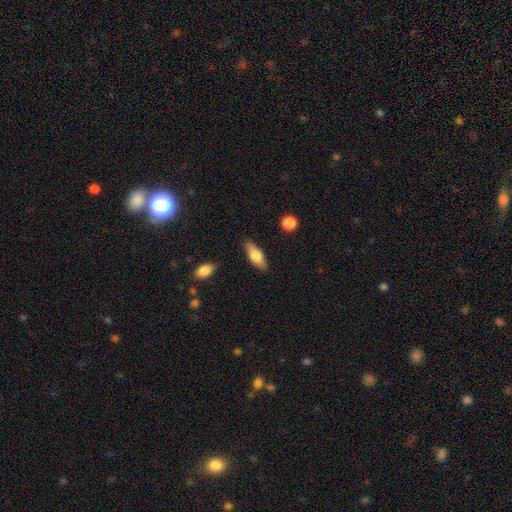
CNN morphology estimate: smooth_or_featured: smooth (p=0.70) [alt: featured or disk p=0.24]
how_rounded: in between (p=0.71) [alt: cigar-shaped p=0.26]
merging: none (p=0.85) [alt: minor disturbance p=0.11]